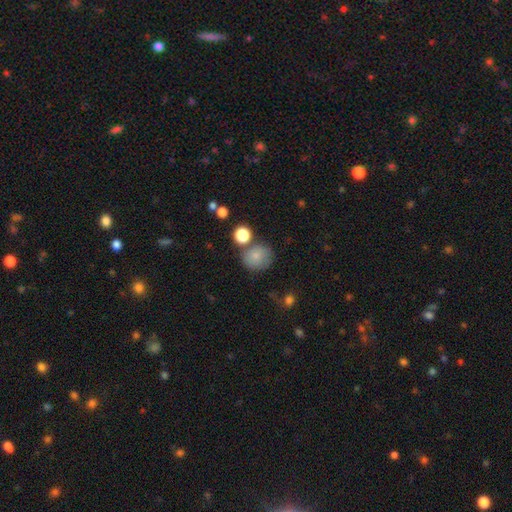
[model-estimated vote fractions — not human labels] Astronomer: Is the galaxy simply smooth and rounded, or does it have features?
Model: smooth — 79%.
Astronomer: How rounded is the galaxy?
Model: round — 79%.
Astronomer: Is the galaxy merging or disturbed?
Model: none — 66%.